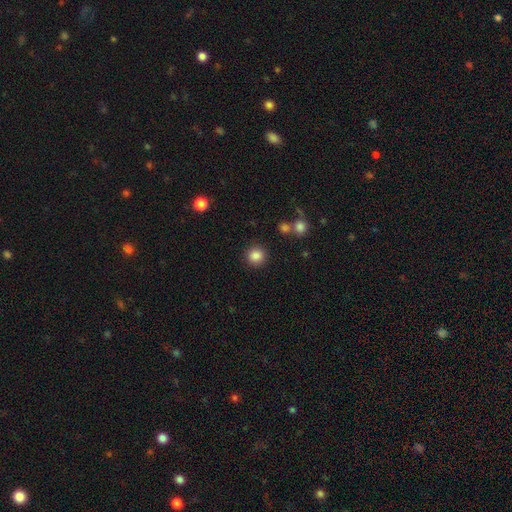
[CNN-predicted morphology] Smooth or featured? smooth (86%)
How rounded? round (91%)
Merging? none (88%)